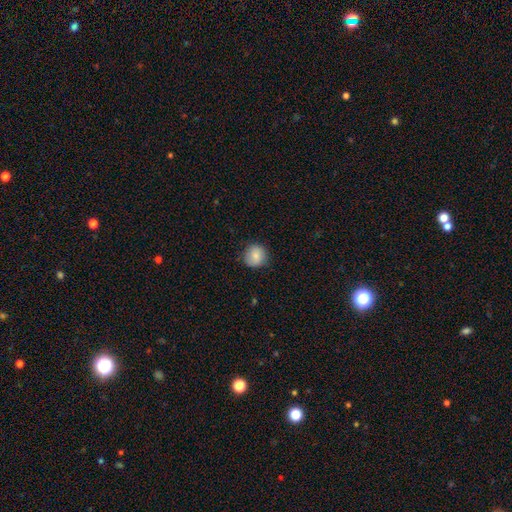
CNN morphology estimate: smooth_or_featured: smooth (p=0.83) [alt: featured or disk p=0.09]
how_rounded: round (p=0.89) [alt: in between p=0.10]
merging: none (p=0.83) [alt: minor disturbance p=0.14]